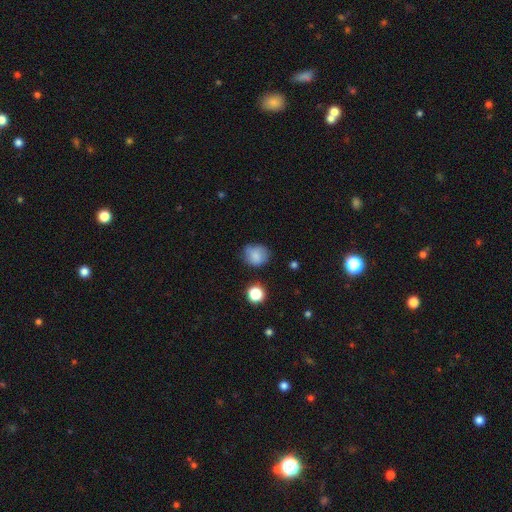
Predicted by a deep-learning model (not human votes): The model was most divided on "how rounded": round: 68%, in between: 31%, cigar-shaped: 1%. More confident: smooth or featured — smooth (80%); merging — none (66%).